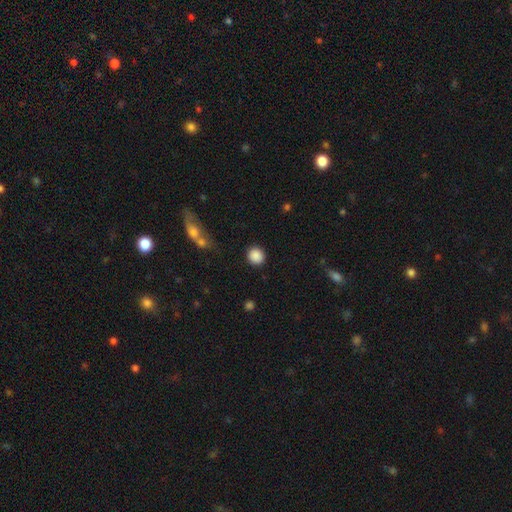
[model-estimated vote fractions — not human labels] The model was most divided on "how rounded": round: 88%, in between: 11%, cigar-shaped: 1%. More confident: merging — none (89%); smooth or featured — smooth (88%).